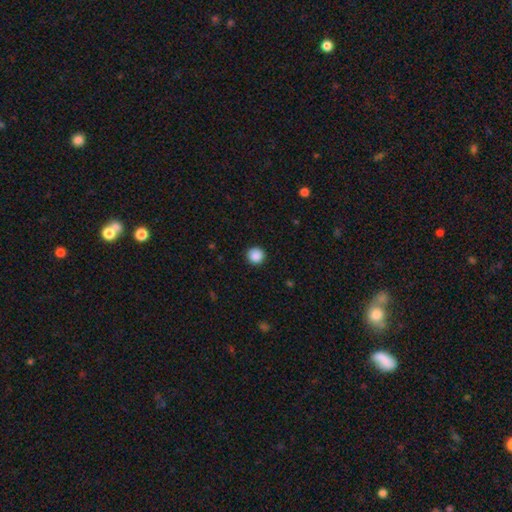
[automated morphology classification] Overall: smooth (88%). How rounded: round (95%). Merging: none (92%).